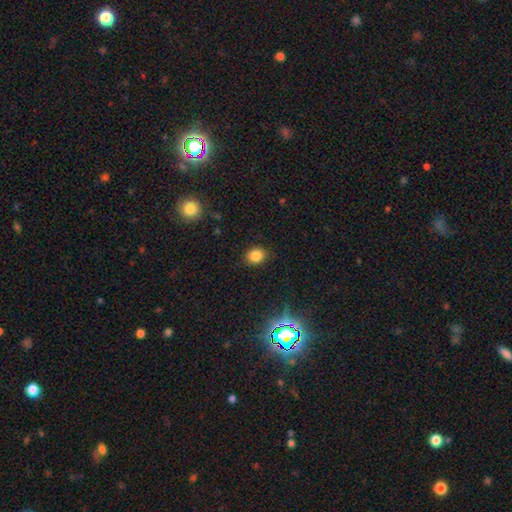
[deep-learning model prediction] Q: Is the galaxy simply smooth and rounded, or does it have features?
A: smooth — 82%.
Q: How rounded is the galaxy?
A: round — 61%.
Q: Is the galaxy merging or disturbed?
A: none — 86%.